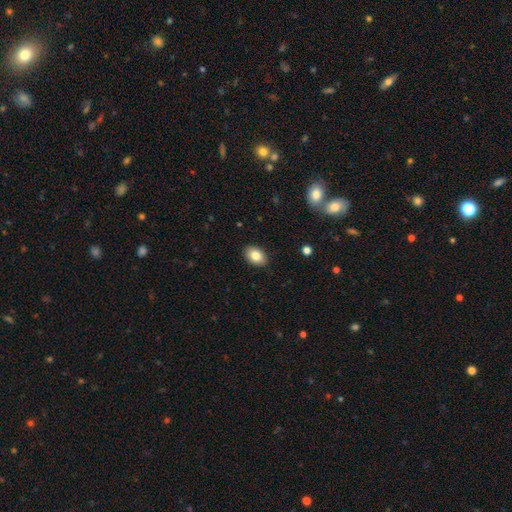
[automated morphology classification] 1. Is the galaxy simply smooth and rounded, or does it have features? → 83% smooth, 9% featured or disk, 8% star or artifact.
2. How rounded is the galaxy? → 81% in between, 18% round, 1% cigar-shaped.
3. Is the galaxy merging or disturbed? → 89% none, 8% minor disturbance, 2% major disturbance, 1% merger.